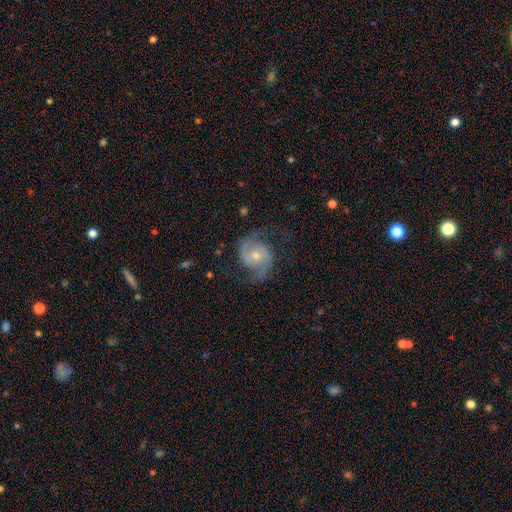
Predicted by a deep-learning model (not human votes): Smooth or featured?
  - featured or disk: 85% *
  - smooth: 9%
  - star or artifact: 6%
Edge-on disk?
  - no: 98% *
  - yes: 2%
Bar?
  - no: 61% *
  - weak: 32%
  - strong: 7%
Spiral arms?
  - yes: 96% *
  - no: 4%
Spiral winding?
  - medium: 51% *
  - loose: 30%
  - tight: 19%
Spiral arm count?
  - 2: 91% *
  - can't tell: 3%
  - 1: 2%
  - 3: 2%
  - 4: 1%
  - more than 4: 1%
Bulge size?
  - moderate: 48% *
  - small: 46%
  - large: 3%
  - none: 2%
  - dominant: 1%
Merging?
  - none: 72% *
  - minor disturbance: 16%
  - major disturbance: 11%
  - merger: 1%